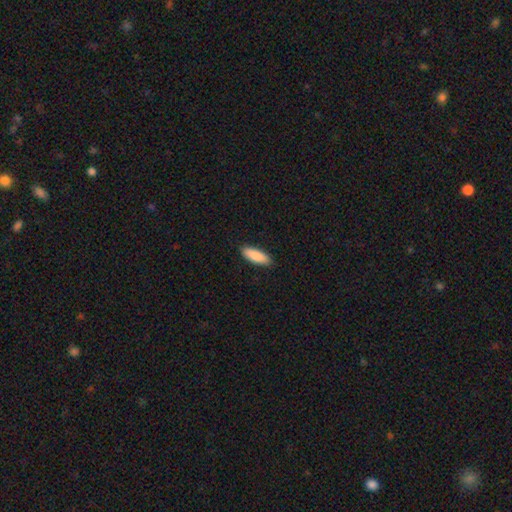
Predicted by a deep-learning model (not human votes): smooth 89%, featured or disk 5%, star or artifact 5%. Down the decision tree: how rounded — in between (64%); merging — none (90%).